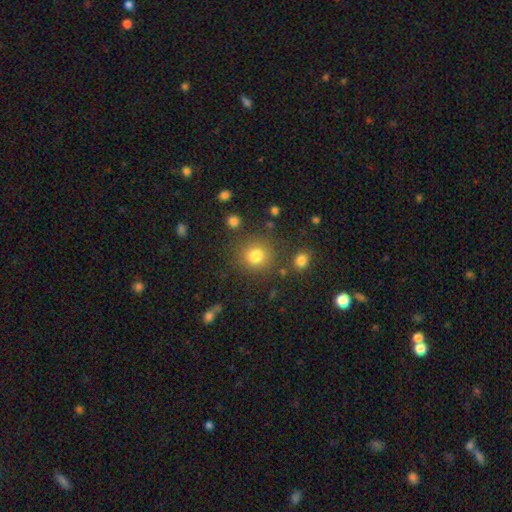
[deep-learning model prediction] Smooth or featured?
  - smooth: 80% *
  - star or artifact: 13%
  - featured or disk: 6%
How rounded?
  - round: 90% *
  - in between: 9%
  - cigar-shaped: 1%
Merging?
  - none: 82% *
  - minor disturbance: 9%
  - merger: 5%
  - major disturbance: 4%